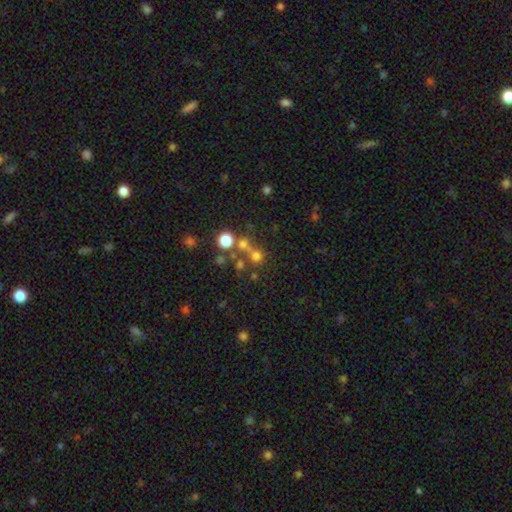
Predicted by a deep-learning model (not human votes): smooth 63%, star or artifact 25%, featured or disk 12%. Down the decision tree: how rounded — round (89%); merging — none (60%).